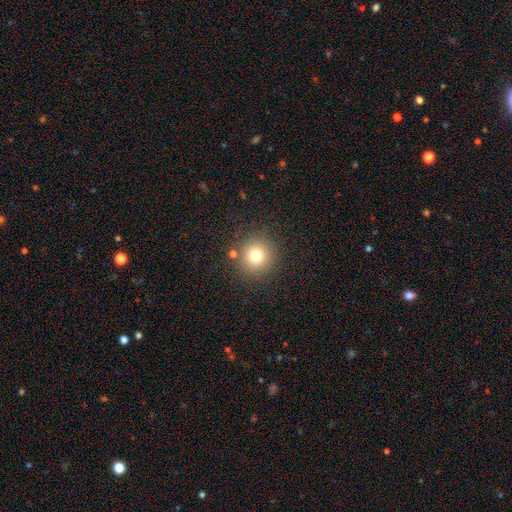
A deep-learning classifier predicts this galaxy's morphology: The model was most divided on "smooth or featured": smooth: 75%, star or artifact: 15%, featured or disk: 10%. More confident: how rounded — round (94%); merging — none (85%).